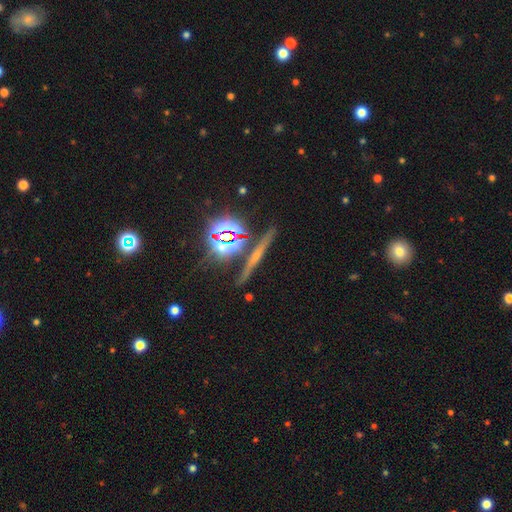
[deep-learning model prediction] Morphology: type=featured or disk (46%); merging=none (86%).